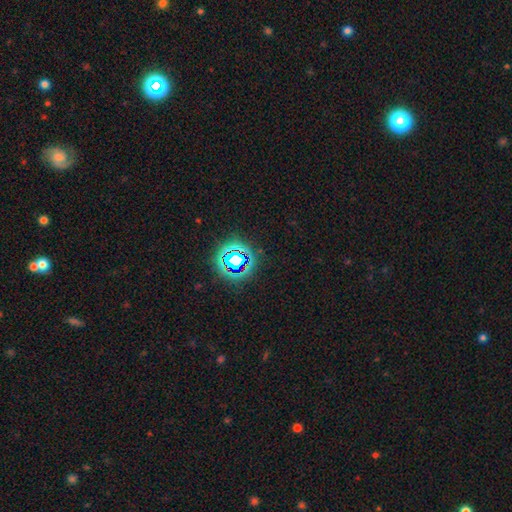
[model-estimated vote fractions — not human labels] Overall: star or artifact (75%).